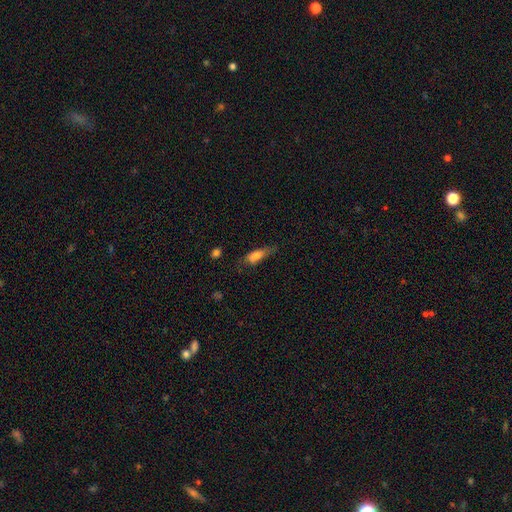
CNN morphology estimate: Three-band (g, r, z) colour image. It shows a smooth galaxy with no disk features (72%) that is in between round and cigar-shaped (57%). Merging: none (53%).